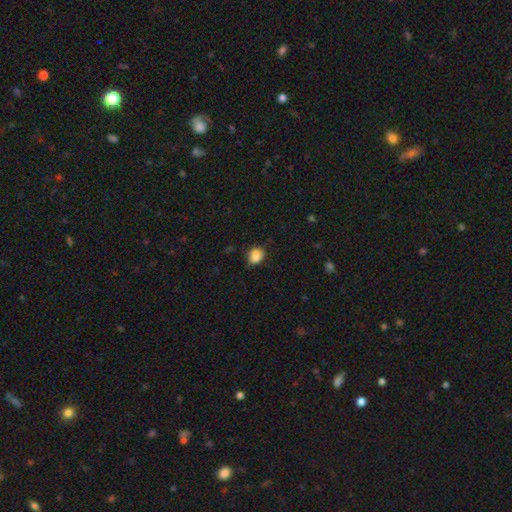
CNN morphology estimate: smooth 82%, star or artifact 10%, featured or disk 7%. Down the decision tree: how rounded — round (50%); merging — none (52%).